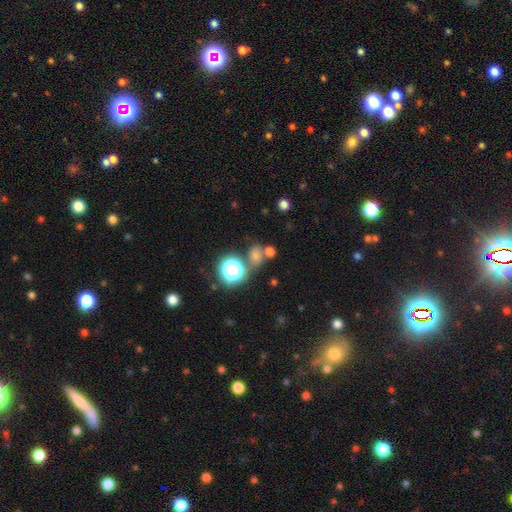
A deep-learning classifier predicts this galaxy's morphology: Q: Smooth or featured?
A: smooth (63%); runner-up: star or artifact (29%)
Q: How rounded?
A: round (67%); runner-up: in between (32%)
Q: Merging?
A: none (60%); runner-up: merger (24%)